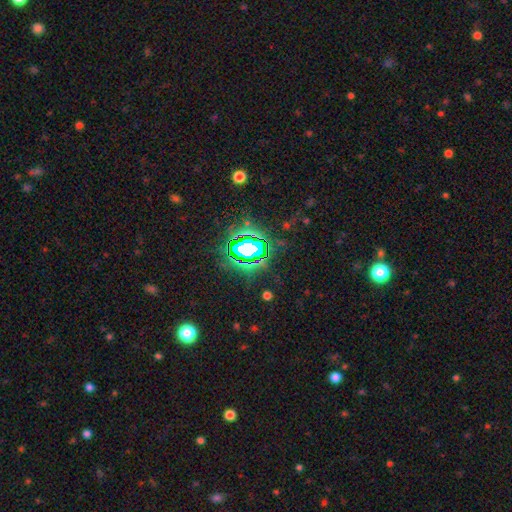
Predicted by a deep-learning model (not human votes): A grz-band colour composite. It shows a star or artifact, not a galaxy (79%).